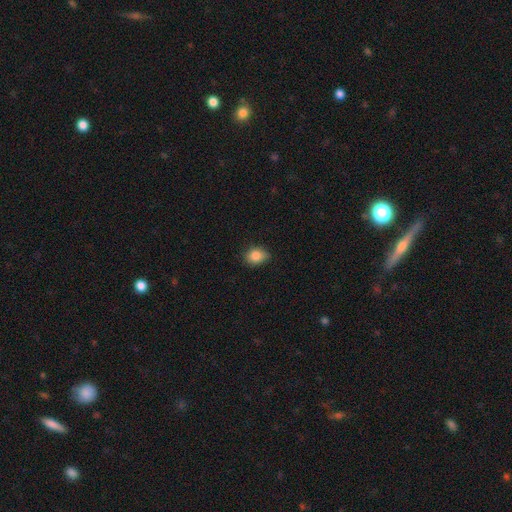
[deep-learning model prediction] A smooth galaxy with no disk features (84%) that is in between round and cigar-shaped (50%).

Vote fractions:
- Smooth or featured? smooth: 84% / star or artifact: 9% / featured or disk: 6%
- How rounded? in between: 50% / round: 48% / cigar-shaped: 1%
- Merging? none: 70% / minor disturbance: 25% / major disturbance: 4% / merger: 1%